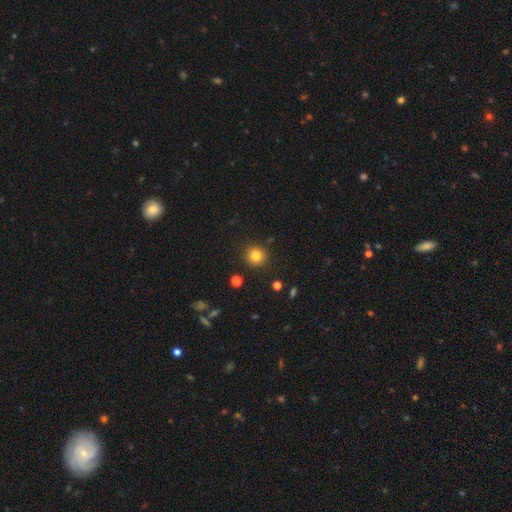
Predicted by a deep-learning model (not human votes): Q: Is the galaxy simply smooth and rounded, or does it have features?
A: smooth — 82%.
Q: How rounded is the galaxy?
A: round — 94%.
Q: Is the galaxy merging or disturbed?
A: none — 90%.